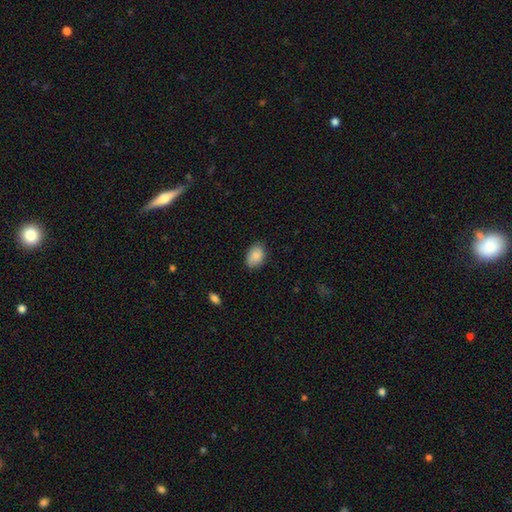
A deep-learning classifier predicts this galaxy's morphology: A smooth galaxy with no disk features (87%) that is in between round and cigar-shaped (82%). Merging: none (81%).